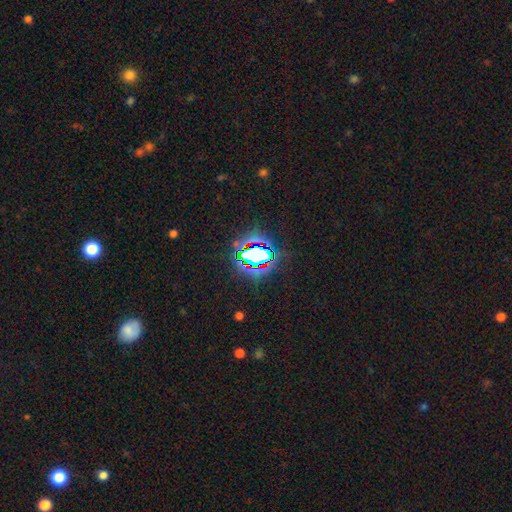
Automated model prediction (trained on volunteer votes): star or artifact 66%, smooth 21%, featured or disk 13%.